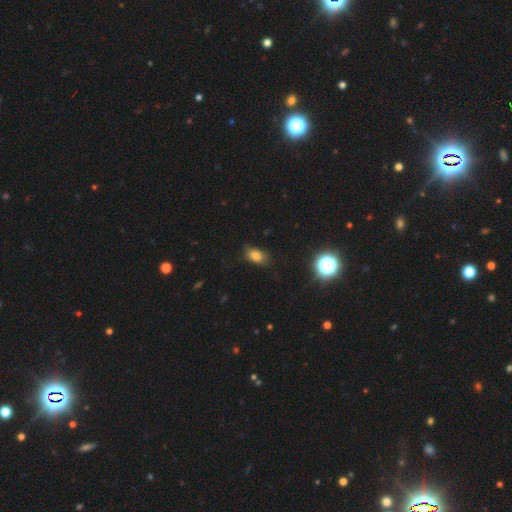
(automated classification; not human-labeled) Smooth or featured?
  - smooth: 79% *
  - star or artifact: 14%
  - featured or disk: 7%
How rounded?
  - in between: 80% *
  - round: 17%
  - cigar-shaped: 2%
Merging?
  - none: 78% *
  - minor disturbance: 17%
  - major disturbance: 4%
  - merger: 1%